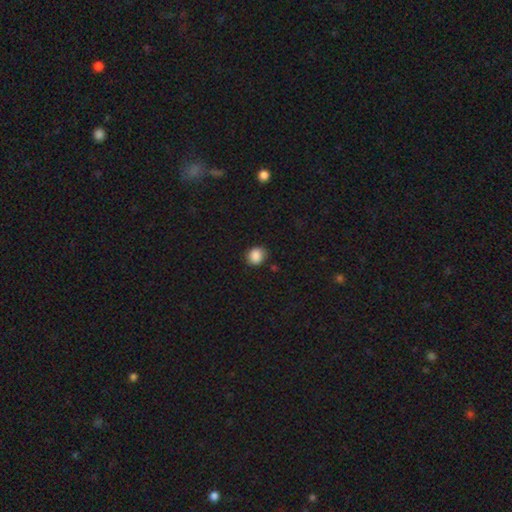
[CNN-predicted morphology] The model was most divided on "how rounded": round: 76%, in between: 23%, cigar-shaped: 1%. More confident: smooth or featured — smooth (87%); merging — none (81%).